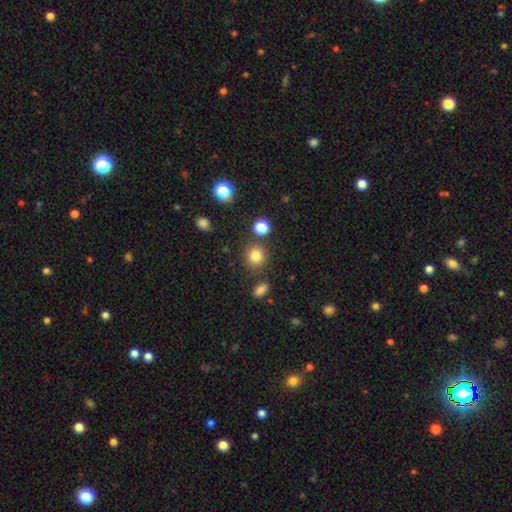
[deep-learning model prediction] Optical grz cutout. It shows a smooth galaxy with no disk features (82%) that is round (88%). Merging: none (82%).